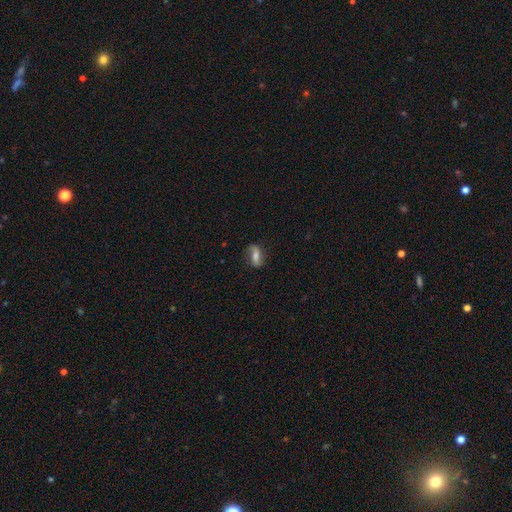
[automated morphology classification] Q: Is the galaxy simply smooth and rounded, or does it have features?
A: featured or disk — 48%.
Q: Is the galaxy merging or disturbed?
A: none — 75%.